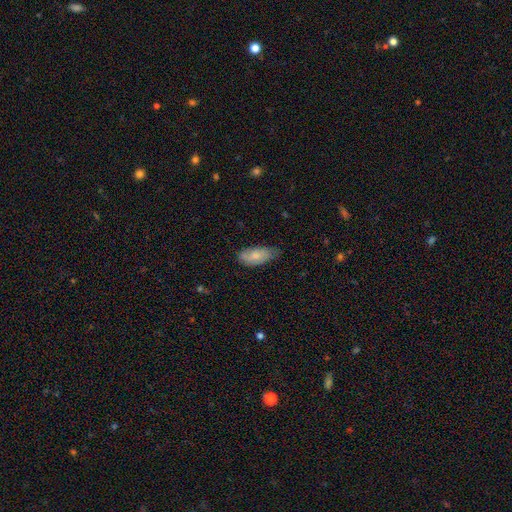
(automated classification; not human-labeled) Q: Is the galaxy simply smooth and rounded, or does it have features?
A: smooth — 72%.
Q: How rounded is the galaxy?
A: in between — 90%.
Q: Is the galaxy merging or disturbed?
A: none — 60%.